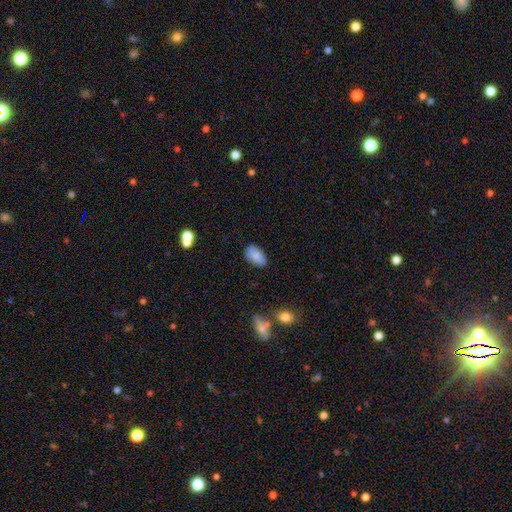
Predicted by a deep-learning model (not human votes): smooth-or-featured: smooth: 83% | featured or disk: 10% | star or artifact: 8%
  how-rounded: in between: 92% | round: 6% | cigar-shaped: 2%
  merging: none: 76% | minor disturbance: 19% | major disturbance: 3% | merger: 2%